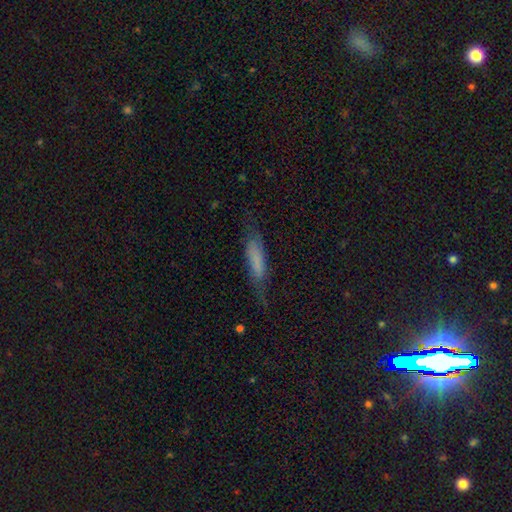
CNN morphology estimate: Smooth or featured?
  - smooth: 60% *
  - featured or disk: 30%
  - star or artifact: 9%
How rounded?
  - cigar-shaped: 73% *
  - in between: 25%
  - round: 2%
Merging?
  - none: 57% *
  - minor disturbance: 26%
  - major disturbance: 14%
  - merger: 2%